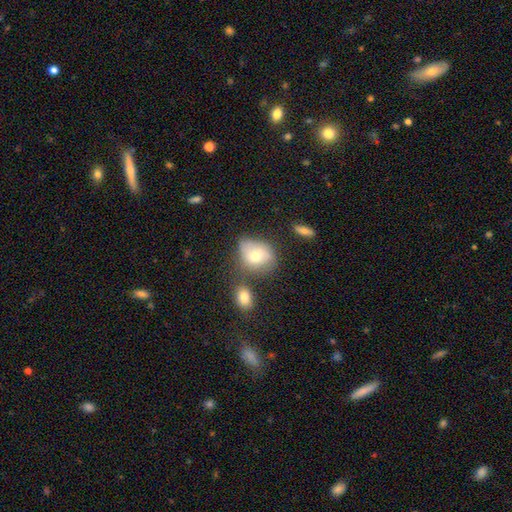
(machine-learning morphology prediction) The model was most divided on "how rounded": in between: 53%, round: 46%, cigar-shaped: 1%. Remaining: smooth or featured — smooth (68%); merging — none (42%).